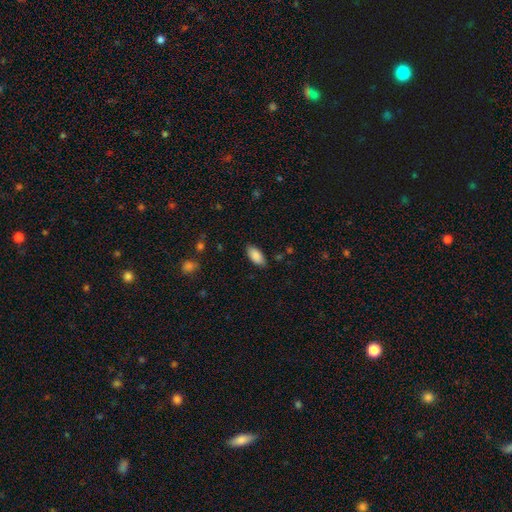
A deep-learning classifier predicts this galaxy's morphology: This is clearly a smooth galaxy (88%). How rounded: clearly in between (92%). Merging: clearly none (85%).